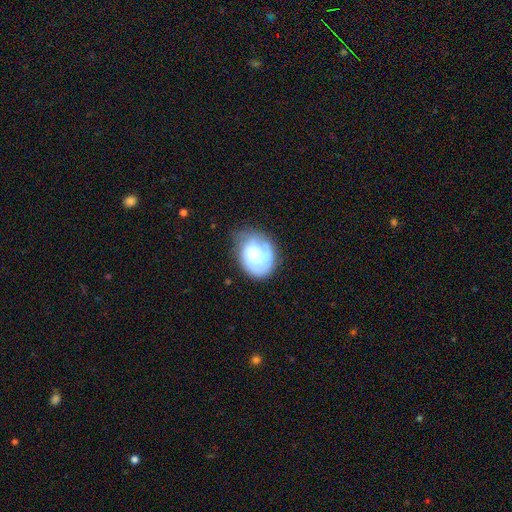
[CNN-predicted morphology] The model was most divided on "smooth or featured": smooth: 52%, featured or disk: 41%, star or artifact: 8%. Remaining: how rounded — in between (55%); merging — none (46%).